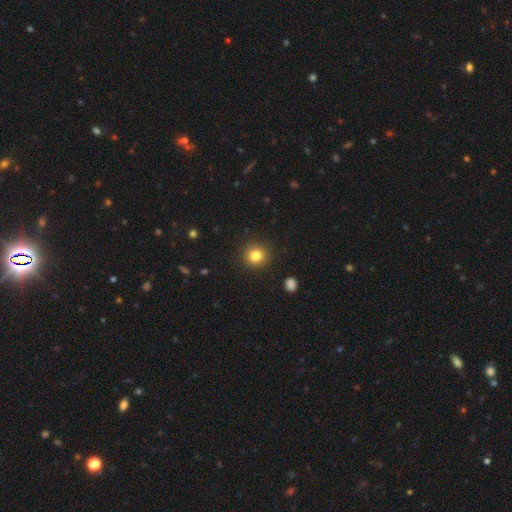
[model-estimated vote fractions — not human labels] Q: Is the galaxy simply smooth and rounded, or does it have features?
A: smooth — 82%.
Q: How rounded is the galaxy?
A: round — 93%.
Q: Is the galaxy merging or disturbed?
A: none — 91%.